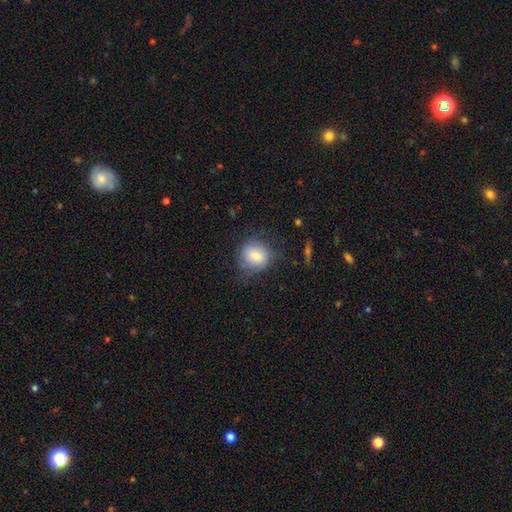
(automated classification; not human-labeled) smooth 77%, featured or disk 15%, star or artifact 8%. Down the decision tree: how rounded — round (78%); merging — none (61%).